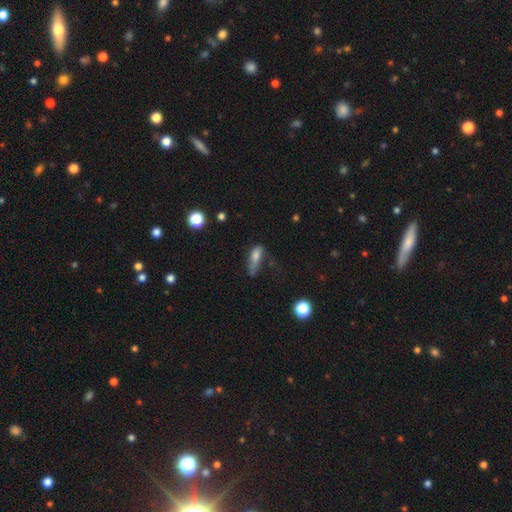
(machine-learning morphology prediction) Smooth or featured?
  - smooth: 67% *
  - featured or disk: 21%
  - star or artifact: 12%
How rounded?
  - in between: 58% *
  - cigar-shaped: 37%
  - round: 5%
Merging?
  - major disturbance: 34% *
  - minor disturbance: 29%
  - none: 29%
  - merger: 8%